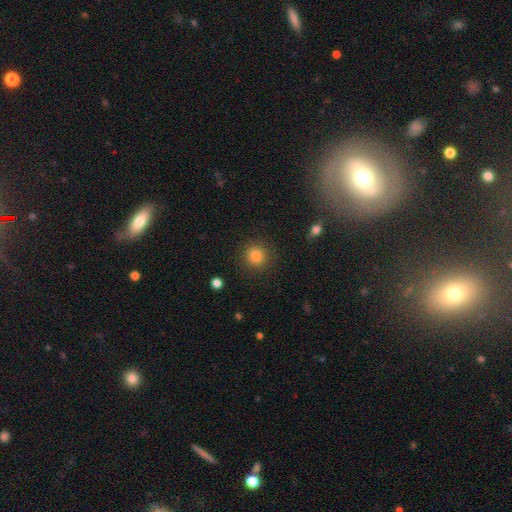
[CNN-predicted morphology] Smooth or featured?
  - smooth: 84% *
  - star or artifact: 11%
  - featured or disk: 5%
How rounded?
  - round: 90% *
  - in between: 9%
  - cigar-shaped: 1%
Merging?
  - none: 87% *
  - minor disturbance: 8%
  - major disturbance: 3%
  - merger: 2%